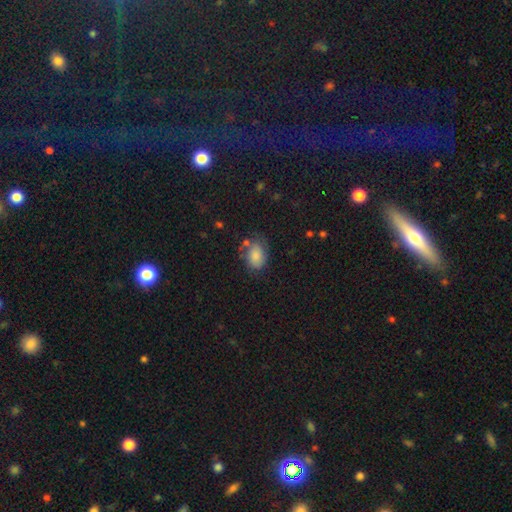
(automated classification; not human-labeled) Q: Smooth or featured?
A: smooth (80%); runner-up: featured or disk (12%)
Q: How rounded?
A: in between (78%); runner-up: round (20%)
Q: Merging?
A: none (59%); runner-up: minor disturbance (25%)